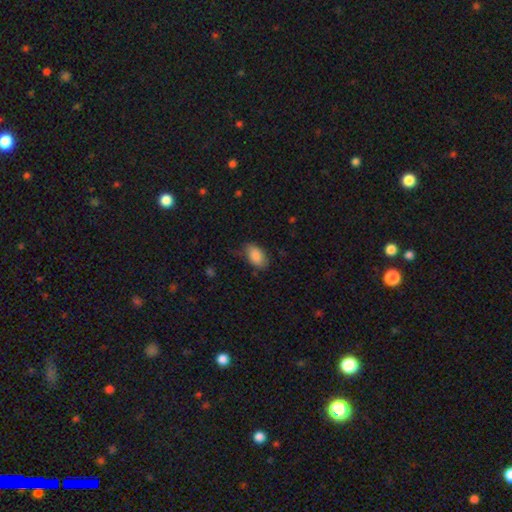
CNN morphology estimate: type=smooth (87%); roundness=in between (91%); merging=none (70%).